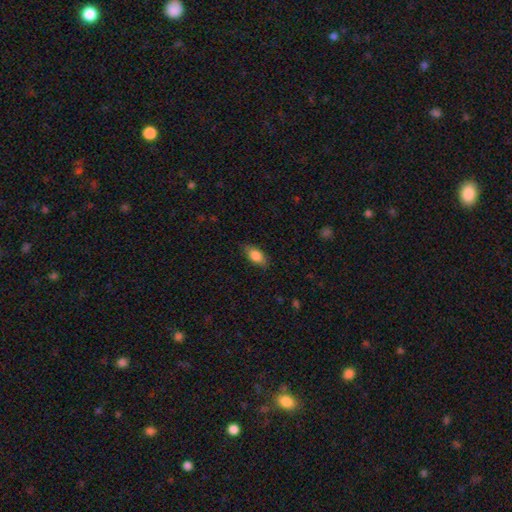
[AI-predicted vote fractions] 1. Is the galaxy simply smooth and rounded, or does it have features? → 81% smooth, 12% featured or disk, 7% star or artifact.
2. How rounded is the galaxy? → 86% in between, 9% cigar-shaped, 5% round.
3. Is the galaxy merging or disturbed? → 80% none, 15% minor disturbance, 3% major disturbance, 1% merger.